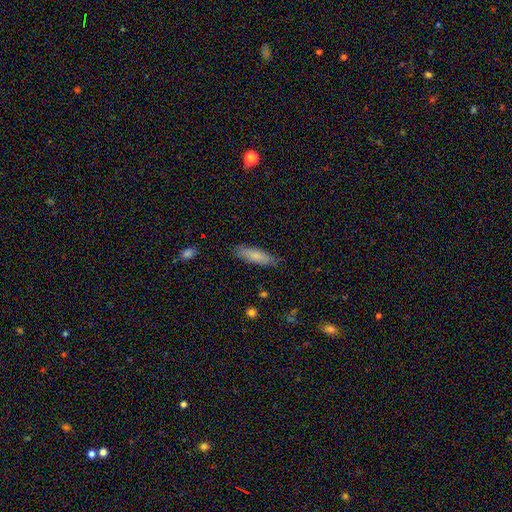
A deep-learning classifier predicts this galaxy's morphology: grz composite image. It shows a smooth galaxy with no disk features (77%) that is cigar-shaped (57%). Merging: none (83%).